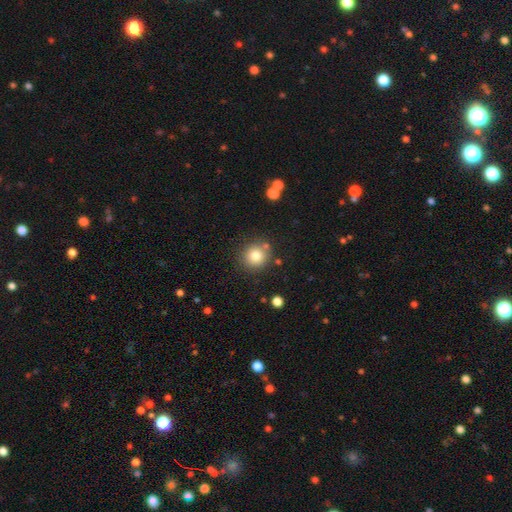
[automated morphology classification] Smooth or featured? smooth (80%)
How rounded? round (91%)
Merging? none (79%)